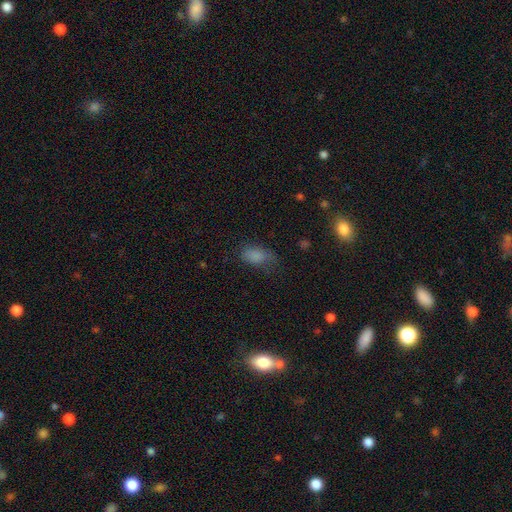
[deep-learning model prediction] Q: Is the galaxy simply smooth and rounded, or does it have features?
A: smooth — 81%.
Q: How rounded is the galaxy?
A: in between — 89%.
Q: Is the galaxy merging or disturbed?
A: none — 50%.